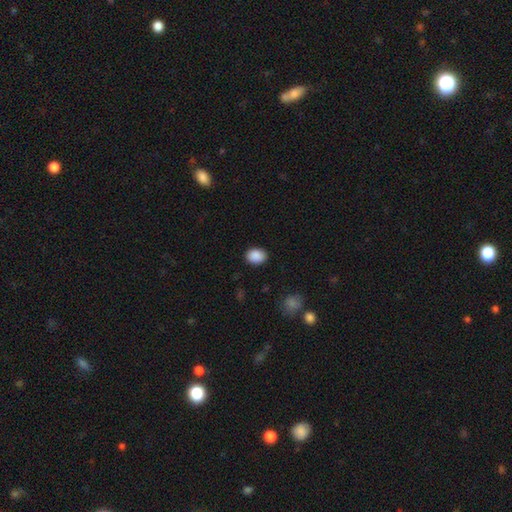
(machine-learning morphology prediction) Q: Smooth or featured?
A: smooth (89%); runner-up: star or artifact (8%)
Q: How rounded?
A: in between (64%); runner-up: round (35%)
Q: Merging?
A: none (88%); runner-up: minor disturbance (9%)